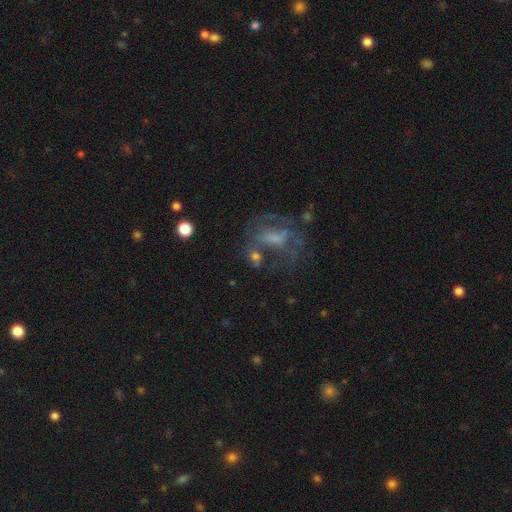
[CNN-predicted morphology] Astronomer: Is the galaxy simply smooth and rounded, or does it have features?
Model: featured or disk — 54% (runner-up: smooth, 29%).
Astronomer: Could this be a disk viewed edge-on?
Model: no — 94%.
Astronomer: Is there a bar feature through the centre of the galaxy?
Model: no — 51% (runner-up: weak, 33%).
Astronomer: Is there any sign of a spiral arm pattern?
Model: no — 56% (runner-up: yes, 44%).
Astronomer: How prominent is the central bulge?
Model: none — 35% (runner-up: moderate, 28%).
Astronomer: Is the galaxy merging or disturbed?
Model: none — 40% (runner-up: major disturbance, 30%).